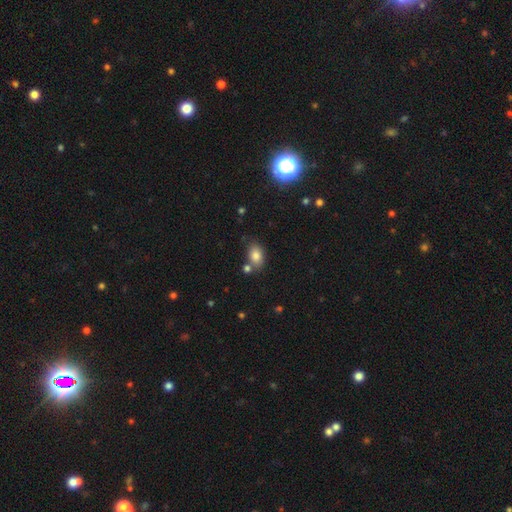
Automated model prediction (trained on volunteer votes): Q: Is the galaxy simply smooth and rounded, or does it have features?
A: smooth — 82%.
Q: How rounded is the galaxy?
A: in between — 84%.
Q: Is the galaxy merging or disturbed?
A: none — 68%.